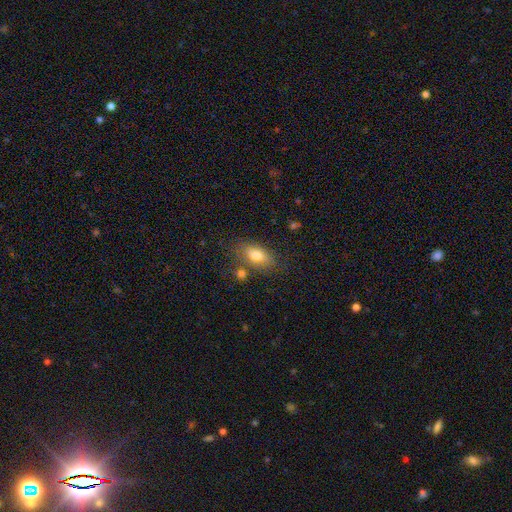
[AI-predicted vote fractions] smooth 78%, featured or disk 14%, star or artifact 8%. Down the decision tree: how rounded — in between (86%); merging — none (70%).